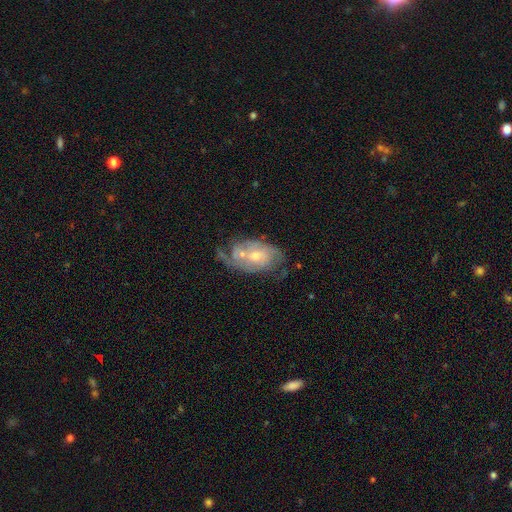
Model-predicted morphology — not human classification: Q: Smooth or featured?
A: featured or disk (77%); runner-up: smooth (16%)
Q: Edge-on disk?
A: no (95%); runner-up: yes (5%)
Q: Bar?
A: no (61%); runner-up: weak (33%)
Q: Spiral arms?
A: yes (87%); runner-up: no (13%)
Q: Spiral winding?
A: tight (45%); runner-up: medium (39%)
Q: Spiral arm count?
A: 2 (42%); runner-up: can't tell (33%)
Q: Bulge size?
A: moderate (52%); runner-up: small (42%)
Q: Merging?
A: none (53%); runner-up: minor disturbance (22%)